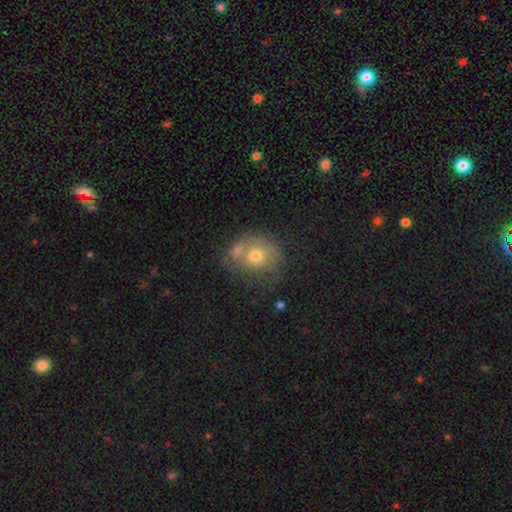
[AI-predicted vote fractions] Smooth or featured?
  - smooth: 58% *
  - featured or disk: 32%
  - star or artifact: 9%
How rounded?
  - round: 72% *
  - in between: 27%
  - cigar-shaped: 1%
Merging?
  - none: 39% *
  - merger: 32%
  - minor disturbance: 19%
  - major disturbance: 10%